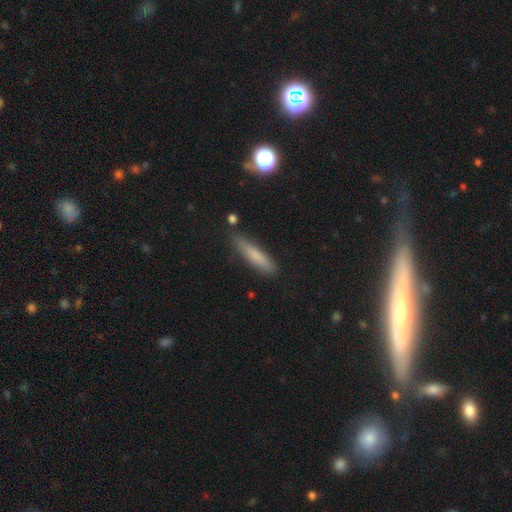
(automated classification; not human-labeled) smooth 71%, featured or disk 20%, star or artifact 9%. Down the decision tree: how rounded — cigar-shaped (85%); merging — none (80%).